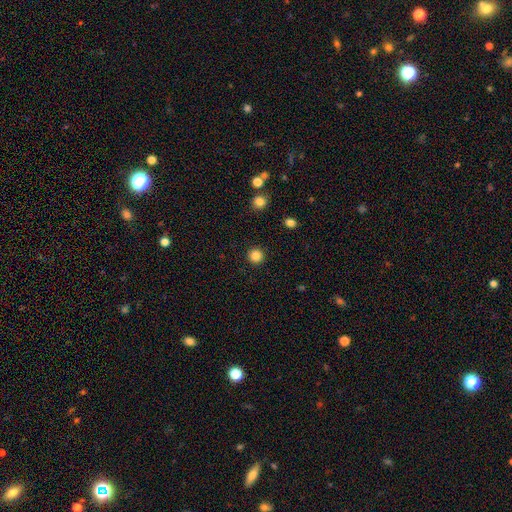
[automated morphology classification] A smooth galaxy with no disk features (85%) that is round (96%). Merging: none (93%).